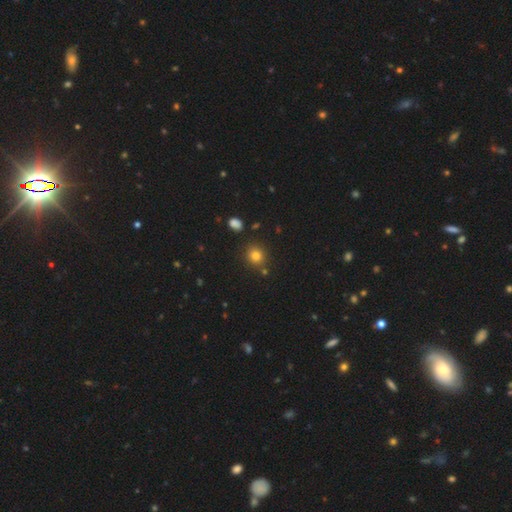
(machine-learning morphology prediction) smooth 80%, star or artifact 14%, featured or disk 6%. Down the decision tree: how rounded — round (82%); merging — none (81%).